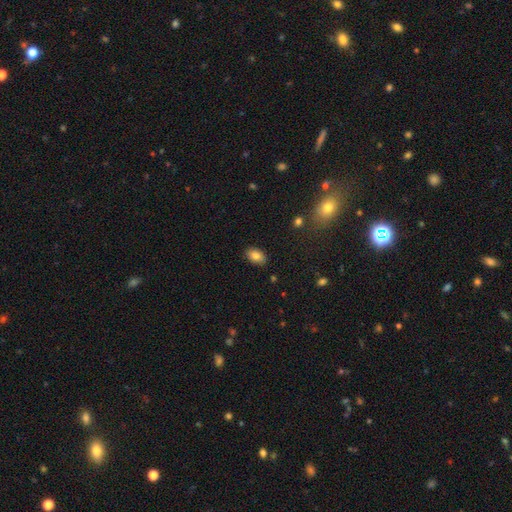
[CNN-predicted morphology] smooth_or_featured: smooth (p=0.84) [alt: star or artifact p=0.09]
how_rounded: in between (p=0.89) [alt: round p=0.09]
merging: none (p=0.86) [alt: minor disturbance p=0.10]